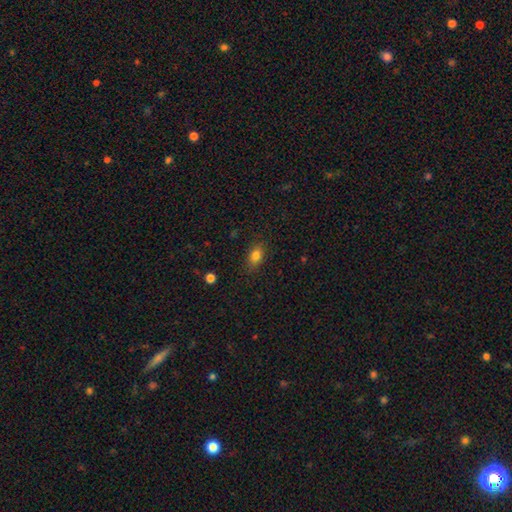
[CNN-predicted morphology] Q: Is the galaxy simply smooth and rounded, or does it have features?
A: smooth — 82%.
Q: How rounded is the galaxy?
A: in between — 79%.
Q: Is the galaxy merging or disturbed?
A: none — 83%.